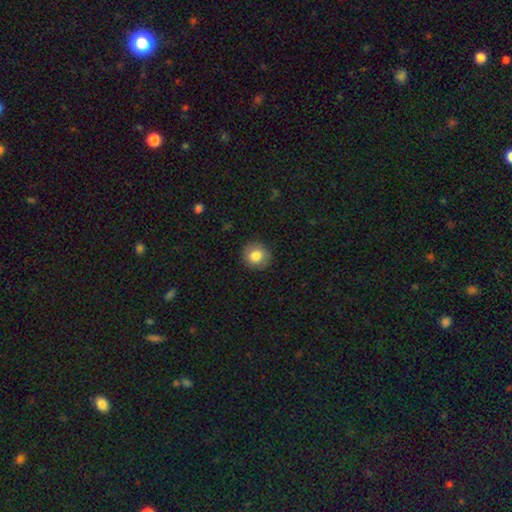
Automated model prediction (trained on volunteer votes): The model was most divided on "smooth or featured": smooth: 83%, star or artifact: 9%, featured or disk: 8%. More confident: merging — none (90%); how rounded — round (90%).